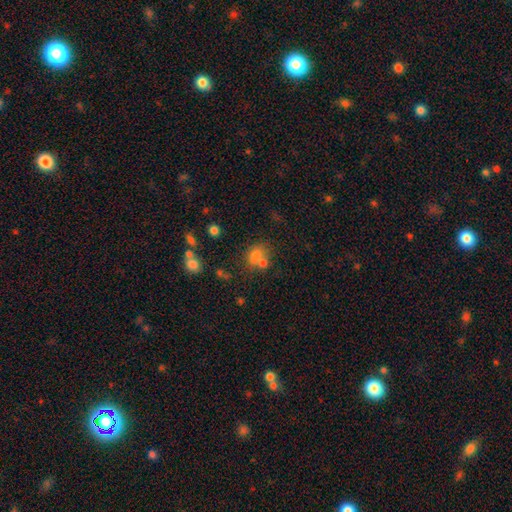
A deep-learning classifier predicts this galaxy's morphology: Q: Smooth or featured?
A: smooth (68%); runner-up: star or artifact (18%)
Q: How rounded?
A: round (52%); runner-up: in between (47%)
Q: Merging?
A: none (43%); runner-up: merger (38%)